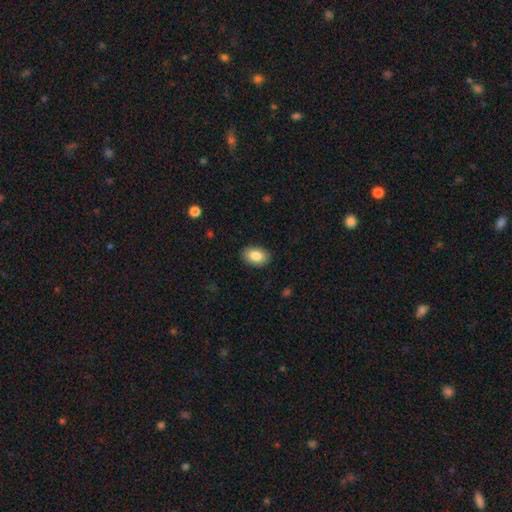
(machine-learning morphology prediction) Q: Smooth or featured?
A: smooth (85%); runner-up: featured or disk (8%)
Q: How rounded?
A: in between (86%); runner-up: round (13%)
Q: Merging?
A: none (88%); runner-up: minor disturbance (9%)